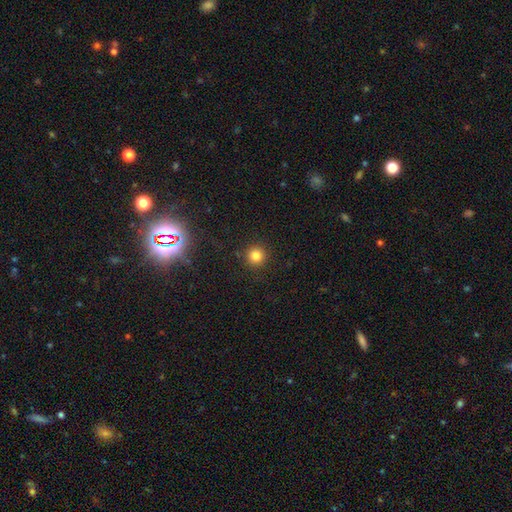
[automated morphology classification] Smooth or featured: smooth — 82% (star or artifact — 13%)
How rounded: round — 95% (in between — 4%)
Merging: none — 90% (minor disturbance — 6%)